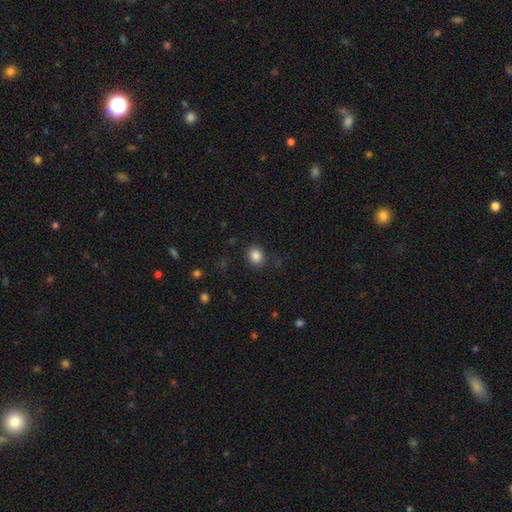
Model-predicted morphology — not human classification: smooth_or_featured: smooth (p=0.85) [alt: star or artifact p=0.11]
how_rounded: round (p=0.64) [alt: in between p=0.35]
merging: none (p=0.85) [alt: minor disturbance p=0.10]